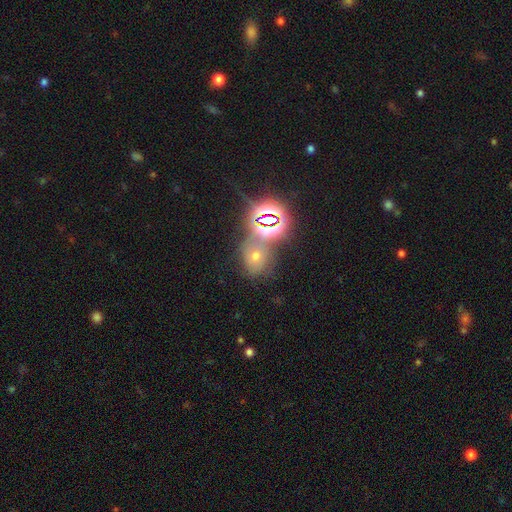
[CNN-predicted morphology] Smooth or featured?
  - star or artifact: 58% *
  - smooth: 27%
  - featured or disk: 15%